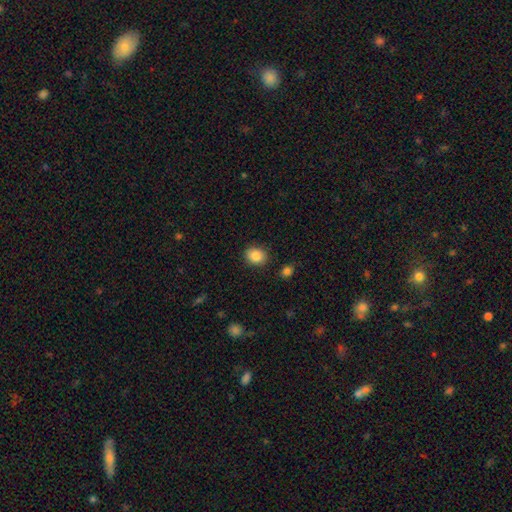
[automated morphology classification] smooth_or_featured: smooth (p=0.86) [alt: star or artifact p=0.08]
how_rounded: round (p=0.53) [alt: in between p=0.46]
merging: none (p=0.88) [alt: minor disturbance p=0.08]